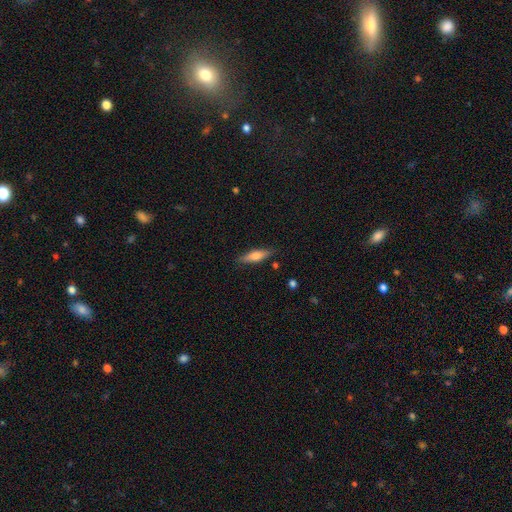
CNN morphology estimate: A smooth galaxy with no disk features (59%) that is cigar-shaped (65%). Merging: none (85%).